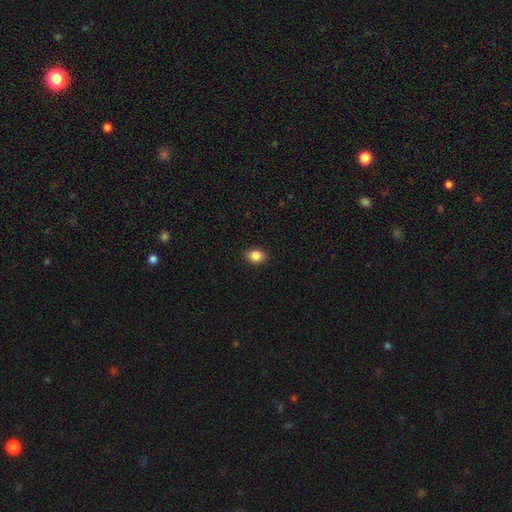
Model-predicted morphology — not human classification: Overall: smooth (86%). How rounded: in between (55%; round 44%). Merging: none (90%).